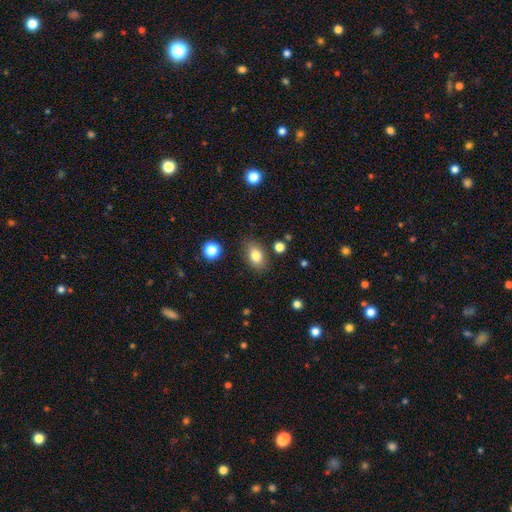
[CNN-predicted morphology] Q: Smooth or featured?
A: smooth (81%); runner-up: star or artifact (10%)
Q: How rounded?
A: in between (82%); runner-up: round (16%)
Q: Merging?
A: none (82%); runner-up: minor disturbance (12%)